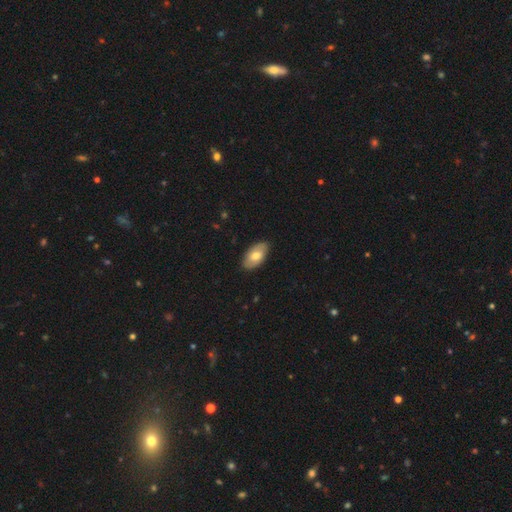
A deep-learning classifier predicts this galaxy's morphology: Smooth or featured?
  - smooth: 62% *
  - featured or disk: 32%
  - star or artifact: 6%
How rounded?
  - in between: 94% *
  - round: 4%
  - cigar-shaped: 2%
Merging?
  - none: 84% *
  - minor disturbance: 13%
  - major disturbance: 2%
  - merger: 1%